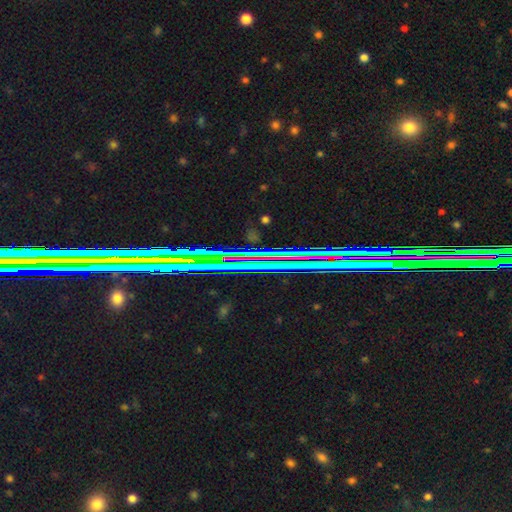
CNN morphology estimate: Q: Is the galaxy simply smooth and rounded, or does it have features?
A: star or artifact — 76%.